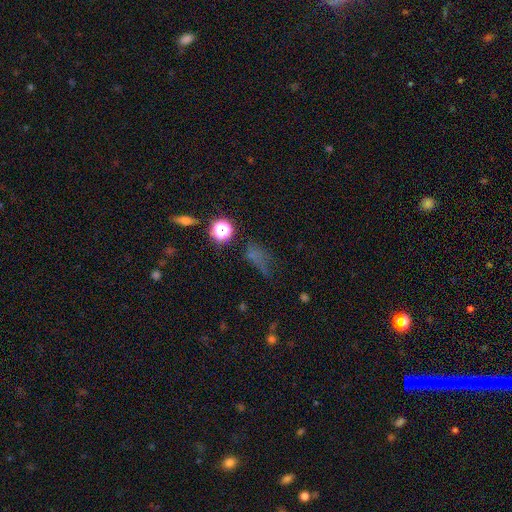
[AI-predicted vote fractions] Morphology: type=smooth (46%); merging=none (47%).